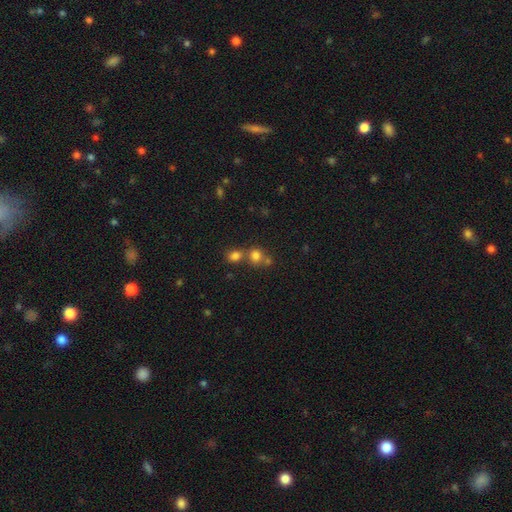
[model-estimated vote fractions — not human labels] Overall: smooth (76%). How rounded: round (82%). Merging: none (48%; merger 42%).